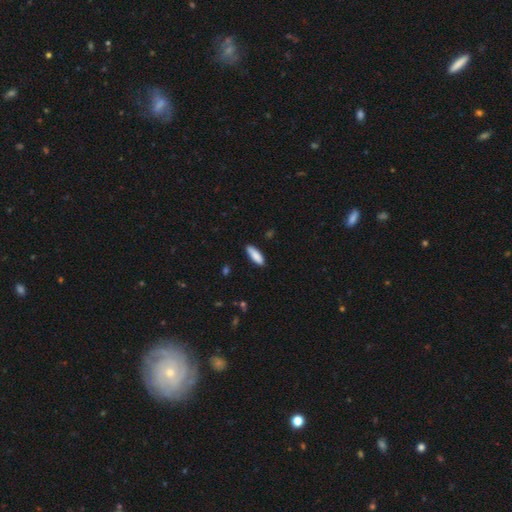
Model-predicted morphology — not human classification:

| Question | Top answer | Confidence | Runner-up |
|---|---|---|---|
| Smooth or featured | smooth | 88% | featured or disk (6%) |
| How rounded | in between | 58% | cigar-shaped (41%) |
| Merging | none | 84% | minor disturbance (12%) |